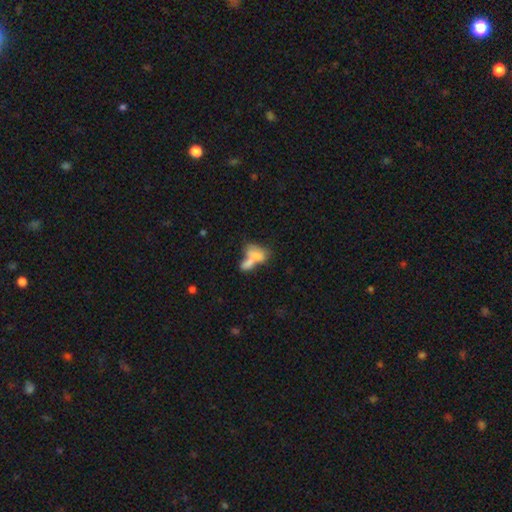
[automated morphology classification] The model was most divided on "smooth or featured": smooth: 68%, featured or disk: 23%, star or artifact: 9%. More confident: how rounded — in between (83%); merging — merger (66%).